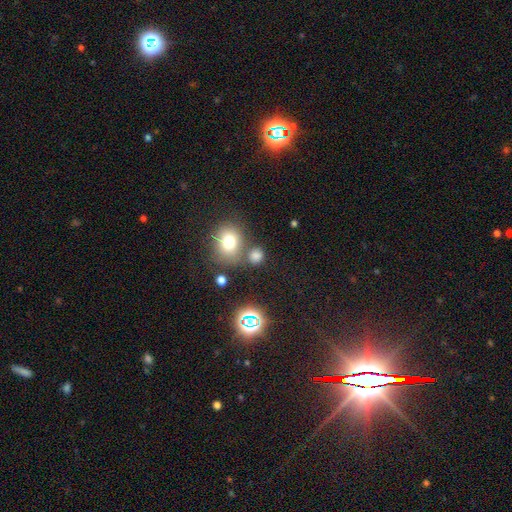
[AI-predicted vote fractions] The model was most divided on "smooth or featured": smooth: 71%, star or artifact: 22%, featured or disk: 8%. More confident: how rounded — round (75%); merging — none (67%).